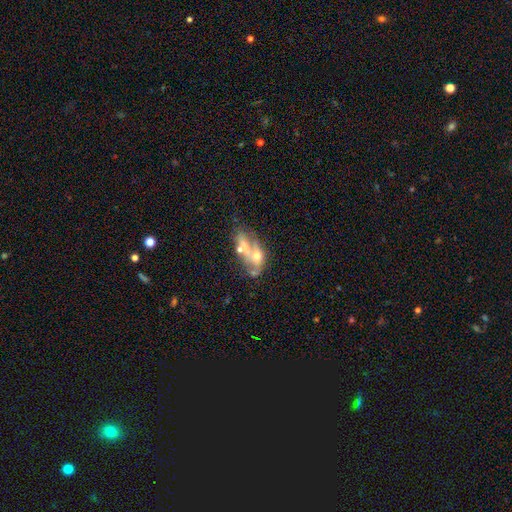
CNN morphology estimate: Smooth or featured: featured or disk — 51% (smooth — 36%)
Edge-on disk: no — 80% (yes — 20%)
Merging: merger — 45% (none — 25%)